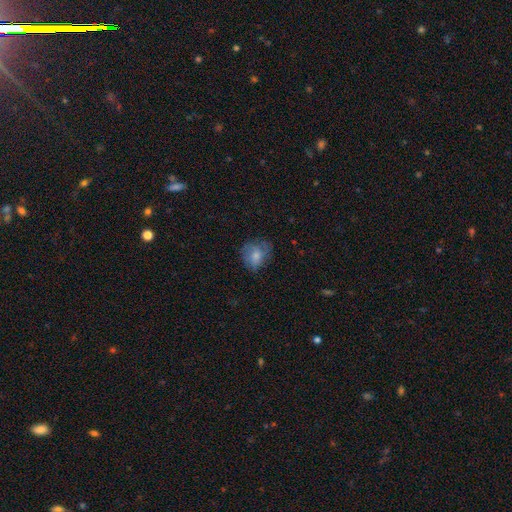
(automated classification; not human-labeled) Smooth or featured?
  - smooth: 69% *
  - featured or disk: 22%
  - star or artifact: 9%
How rounded?
  - round: 65% *
  - in between: 33%
  - cigar-shaped: 1%
Merging?
  - none: 62% *
  - minor disturbance: 24%
  - major disturbance: 12%
  - merger: 1%